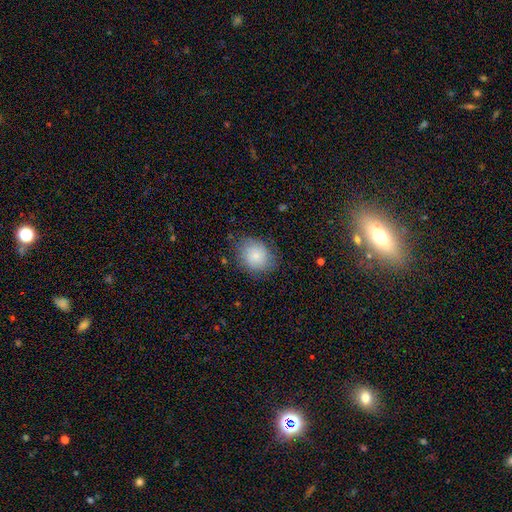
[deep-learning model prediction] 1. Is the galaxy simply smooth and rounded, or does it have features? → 81% smooth, 10% featured or disk, 9% star or artifact.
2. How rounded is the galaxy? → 62% round, 37% in between, 1% cigar-shaped.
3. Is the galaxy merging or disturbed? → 76% none, 17% minor disturbance, 5% major disturbance, 1% merger.